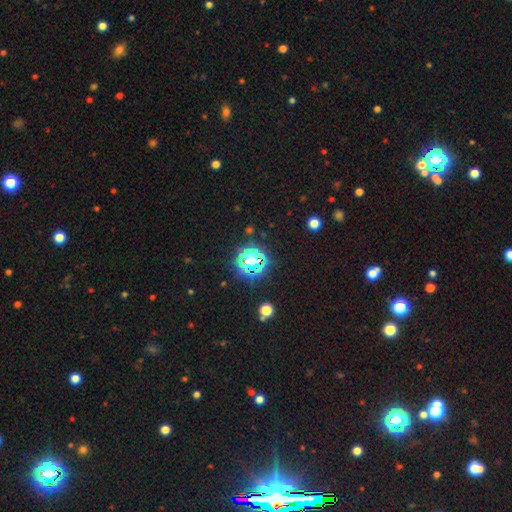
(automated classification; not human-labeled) Smooth or featured: star or artifact — 73% (smooth — 20%)